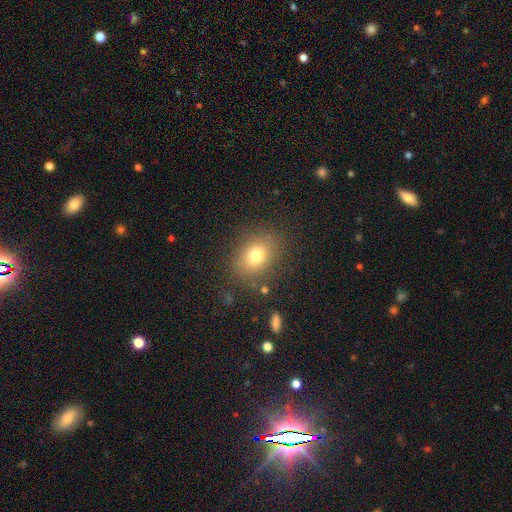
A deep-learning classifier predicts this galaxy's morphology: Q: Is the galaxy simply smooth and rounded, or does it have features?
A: smooth — 75%.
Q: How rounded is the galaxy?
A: in between — 58%.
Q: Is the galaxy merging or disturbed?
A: none — 82%.